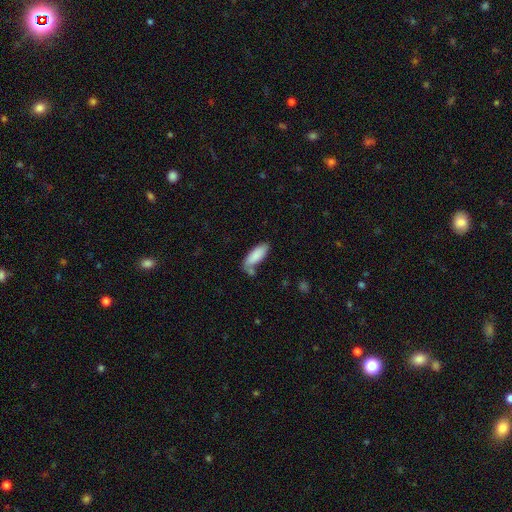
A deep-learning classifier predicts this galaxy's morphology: A smooth galaxy with no disk features (86%) that is in between round and cigar-shaped (71%).

Vote fractions:
- Smooth or featured? smooth: 86% / featured or disk: 8% / star or artifact: 6%
- How rounded? in between: 71% / cigar-shaped: 28% / round: 2%
- Merging? none: 54% / minor disturbance: 22% / merger: 17% / major disturbance: 7%